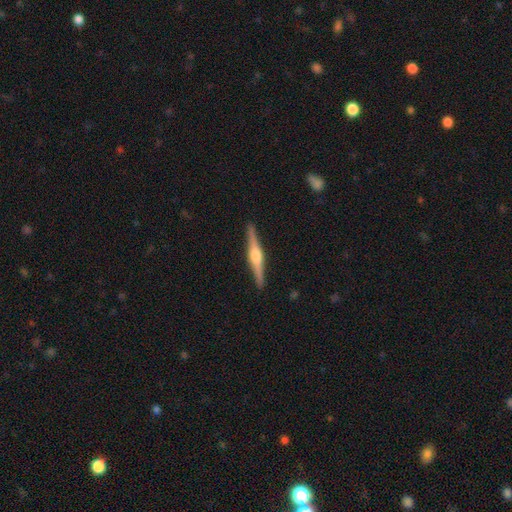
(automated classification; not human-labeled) This is likely a featured or disk galaxy (78%). It is clearly viewed edge-on (98%). Edge-on bulge: clearly rounded (89%). Merging: clearly none (92%).